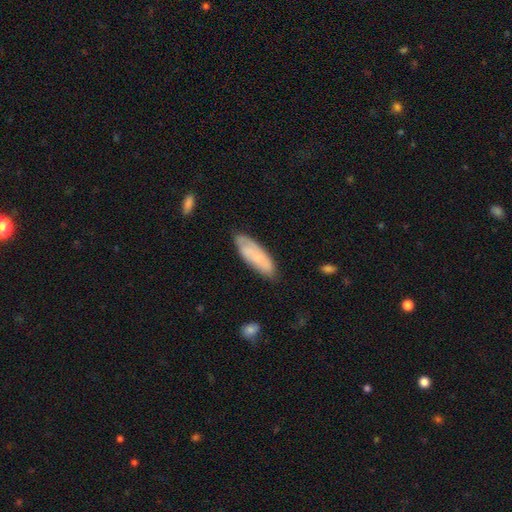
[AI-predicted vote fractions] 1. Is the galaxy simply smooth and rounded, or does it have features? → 60% smooth, 33% featured or disk, 7% star or artifact.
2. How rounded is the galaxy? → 60% in between, 38% cigar-shaped, 2% round.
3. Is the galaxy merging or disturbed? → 72% none, 21% minor disturbance, 4% major disturbance, 2% merger.